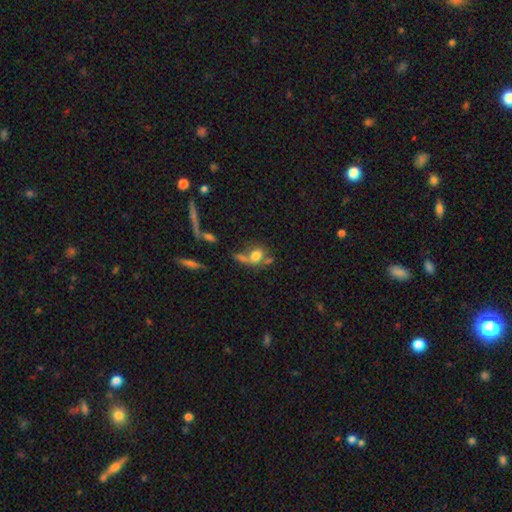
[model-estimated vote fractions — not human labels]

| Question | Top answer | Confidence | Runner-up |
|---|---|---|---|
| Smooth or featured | smooth | 68% | featured or disk (19%) |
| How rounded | in between | 53% | round (44%) |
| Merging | none | 35% | merger (31%) |